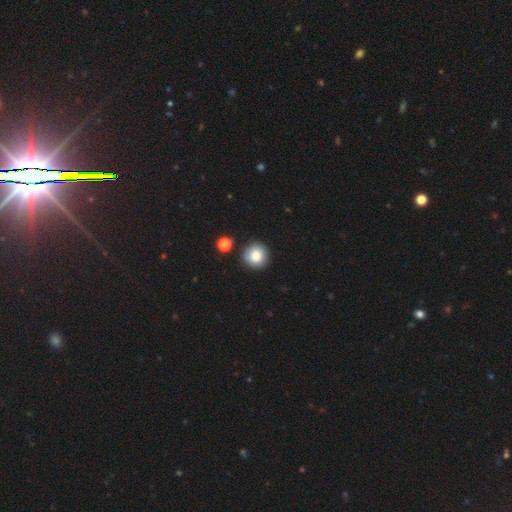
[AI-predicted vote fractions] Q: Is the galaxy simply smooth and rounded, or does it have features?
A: smooth — 84%.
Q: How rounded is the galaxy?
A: round — 93%.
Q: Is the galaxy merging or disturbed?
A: none — 86%.